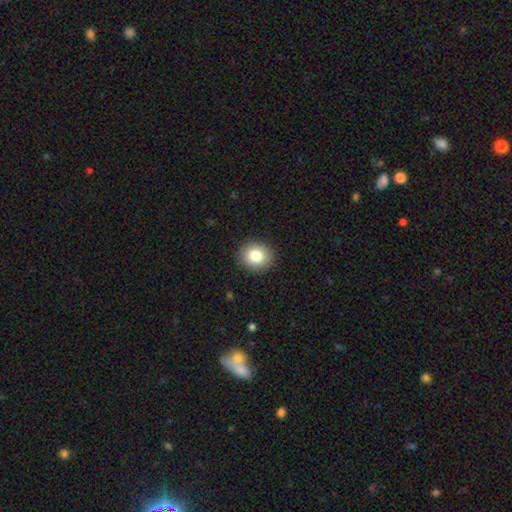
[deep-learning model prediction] This appears to be a smooth galaxy with no disk features (84%) that is round (79%). Merging: none (91%).